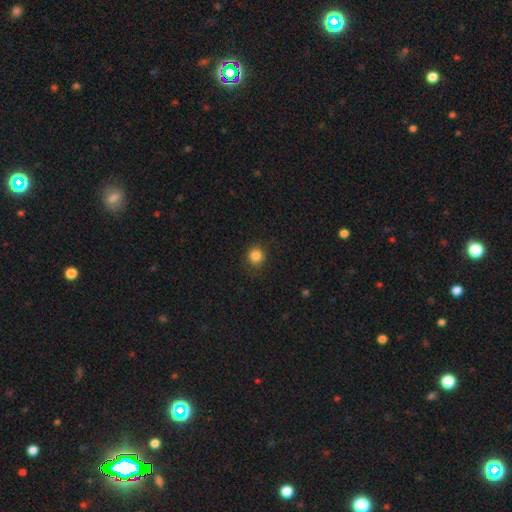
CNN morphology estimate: smooth-or-featured: smooth: 85% | star or artifact: 12% | featured or disk: 4%
  how-rounded: round: 91% | in between: 8% | cigar-shaped: 1%
  merging: none: 90% | minor disturbance: 7% | major disturbance: 2% | merger: 1%